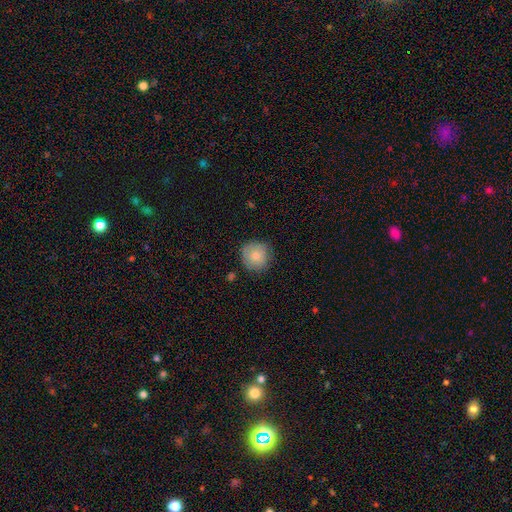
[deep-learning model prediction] A smooth galaxy with no disk features (79%) that is round (93%).

Vote fractions:
- Smooth or featured? smooth: 79% / featured or disk: 13% / star or artifact: 7%
- How rounded? round: 93% / in between: 6% / cigar-shaped: 1%
- Merging? none: 81% / minor disturbance: 15% / major disturbance: 3% / merger: 1%